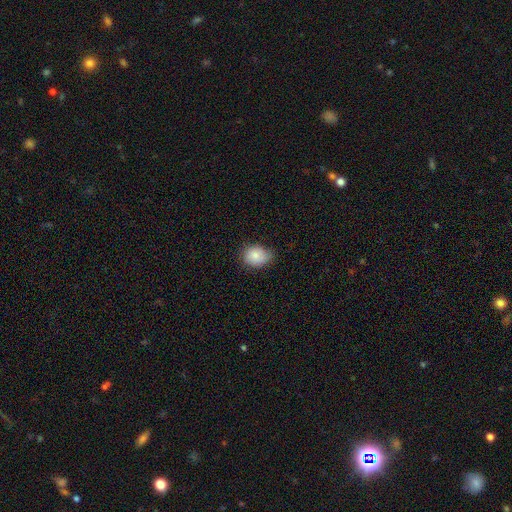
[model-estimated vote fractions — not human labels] Overall: smooth (84%). How rounded: in between (56%; round 43%). Merging: none (60%; minor disturbance 33%).